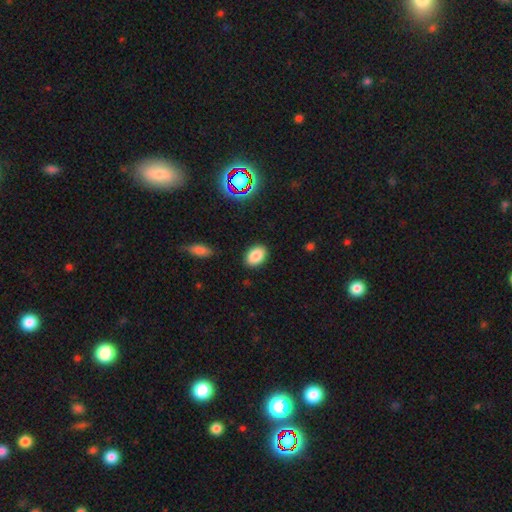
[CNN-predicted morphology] smooth-or-featured: smooth: 85% | star or artifact: 9% | featured or disk: 6%
  how-rounded: in between: 83% | round: 16% | cigar-shaped: 1%
  merging: none: 88% | minor disturbance: 9% | major disturbance: 2% | merger: 1%